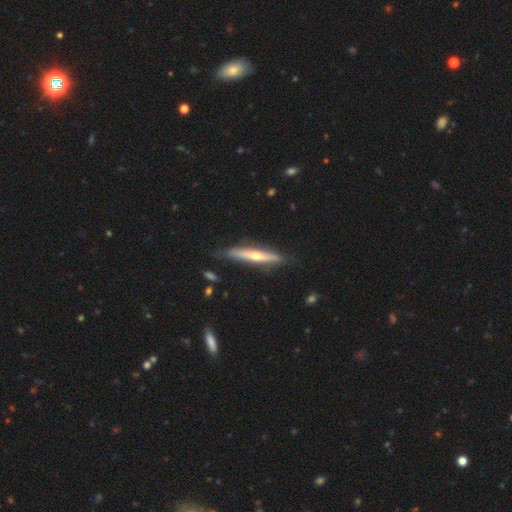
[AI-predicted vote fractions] smooth-or-featured: featured or disk: 67% | smooth: 28% | star or artifact: 5%
  disk-edge-on: yes: 94% | no: 6%
    edge-on-bulge: rounded: 86% | none: 11% | boxy: 3%
  merging: none: 83% | minor disturbance: 13% | major disturbance: 2% | merger: 2%